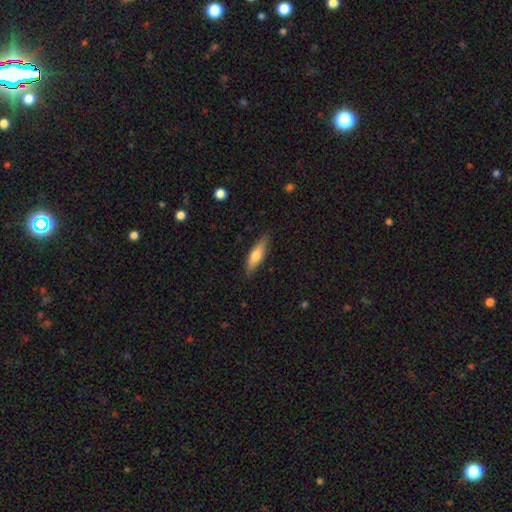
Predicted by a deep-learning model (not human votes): Smooth or featured? smooth (64%)
How rounded? cigar-shaped (58%)
Merging? none (85%)